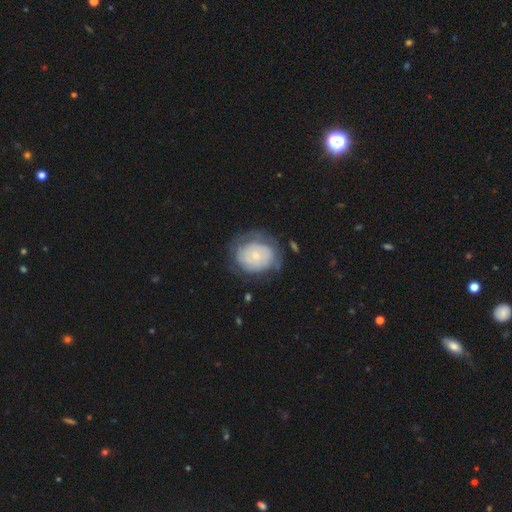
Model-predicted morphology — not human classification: Smooth or featured? Predicted: featured or disk (p=0.59). Edge-on disk? Predicted: no (p=0.97). Bar? Predicted: no (p=0.84). Spiral arms? Predicted: yes (p=0.70). Bulge size? Predicted: small (p=0.73). Merging? Predicted: none (p=0.61).